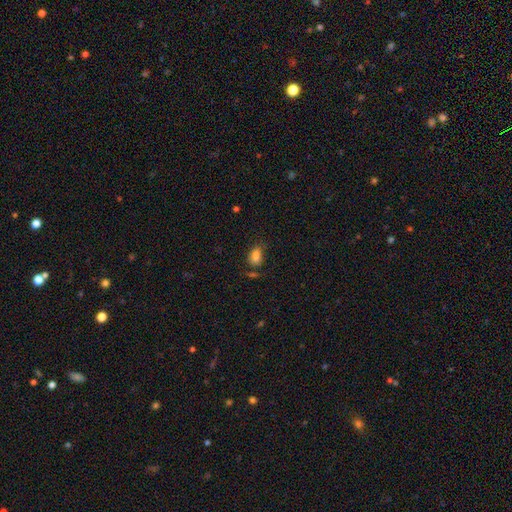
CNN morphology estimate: Smooth or featured? smooth (81%)
How rounded? in between (85%)
Merging? none (59%)